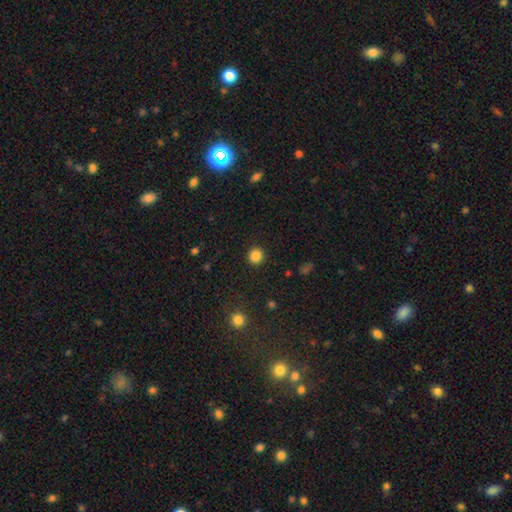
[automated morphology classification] type=smooth (85%); roundness=round (93%); merging=none (92%).